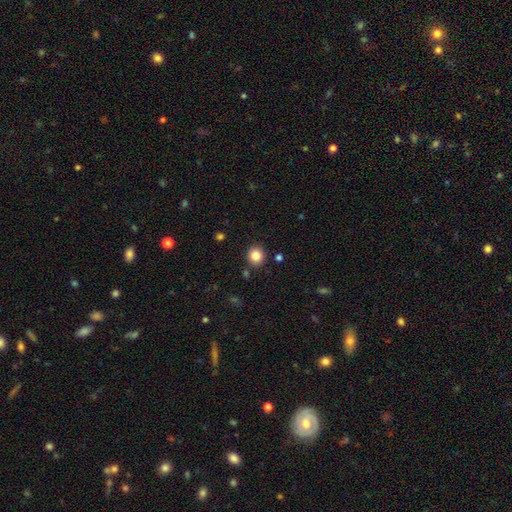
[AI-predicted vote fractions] A smooth galaxy with no disk features (85%) that is round (88%). Merging: none (89%).